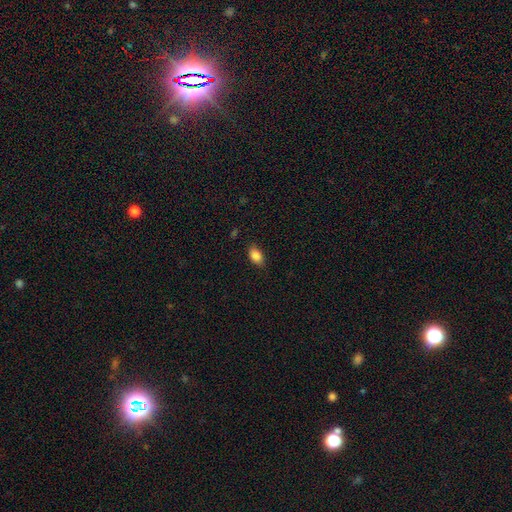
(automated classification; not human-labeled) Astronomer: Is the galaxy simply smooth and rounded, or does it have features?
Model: smooth — 87%.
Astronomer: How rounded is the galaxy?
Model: in between — 87%.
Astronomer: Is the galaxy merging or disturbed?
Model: none — 85%.